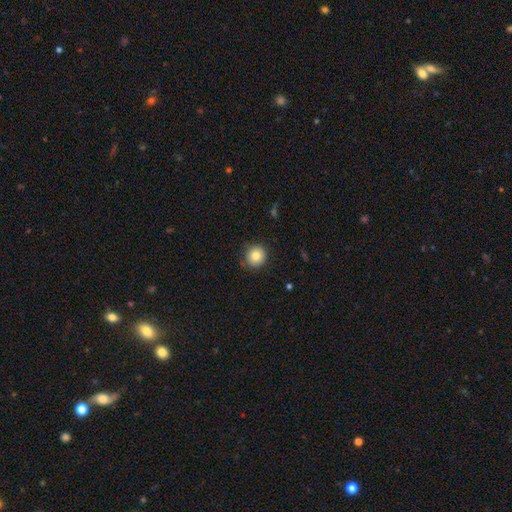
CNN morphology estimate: This is clearly a smooth galaxy (83%). How rounded: clearly round (92%). Merging: clearly none (85%).